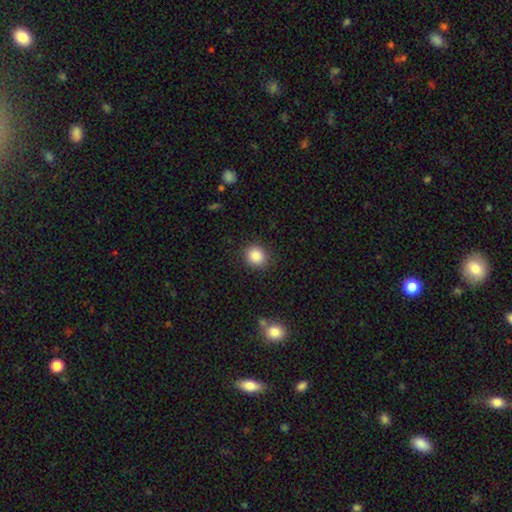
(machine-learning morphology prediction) smooth_or_featured: smooth (p=0.87) [alt: star or artifact p=0.09]
how_rounded: round (p=0.83) [alt: in between p=0.17]
merging: none (p=0.88) [alt: minor disturbance p=0.08]